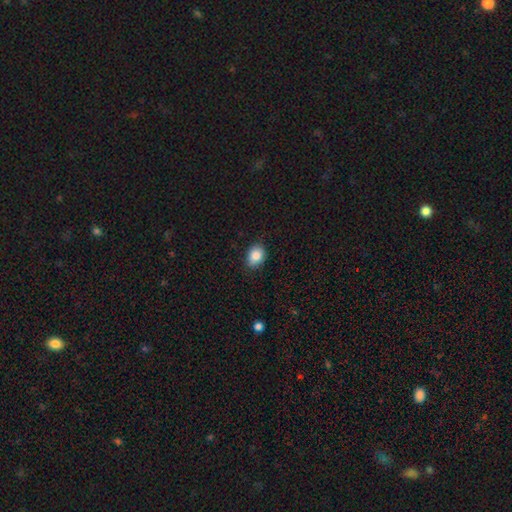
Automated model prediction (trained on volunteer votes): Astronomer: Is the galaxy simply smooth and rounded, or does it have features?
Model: smooth — 85%.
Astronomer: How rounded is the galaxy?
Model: in between — 63%.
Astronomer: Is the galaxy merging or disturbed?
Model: none — 85%.